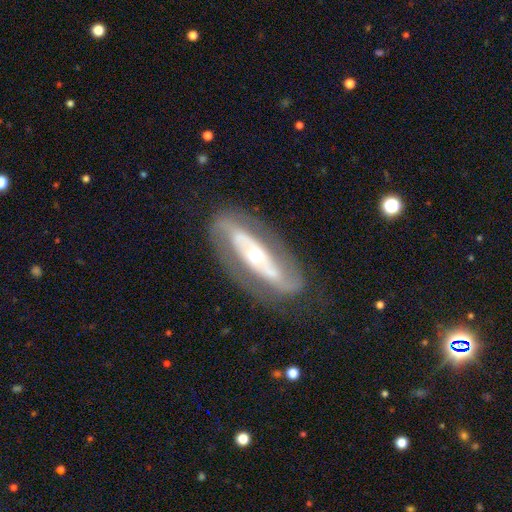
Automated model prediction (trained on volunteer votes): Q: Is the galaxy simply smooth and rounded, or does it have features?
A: featured or disk — 84%.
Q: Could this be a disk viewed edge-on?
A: no — 86%.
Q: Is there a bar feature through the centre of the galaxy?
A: no — 44%.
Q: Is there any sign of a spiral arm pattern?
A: yes — 77%.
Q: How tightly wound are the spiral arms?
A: medium — 40%.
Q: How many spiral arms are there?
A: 2 — 85%.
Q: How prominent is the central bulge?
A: moderate — 54%.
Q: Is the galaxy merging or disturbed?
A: none — 76%.